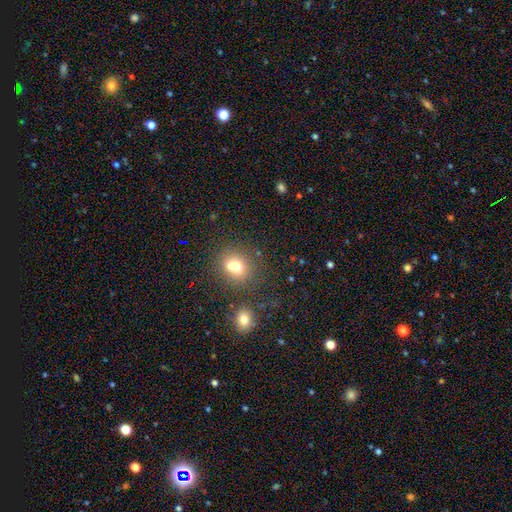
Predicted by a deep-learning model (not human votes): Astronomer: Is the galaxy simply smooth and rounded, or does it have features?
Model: smooth — 66%.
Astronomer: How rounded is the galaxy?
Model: round — 69%.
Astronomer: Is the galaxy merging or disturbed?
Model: none — 79%.